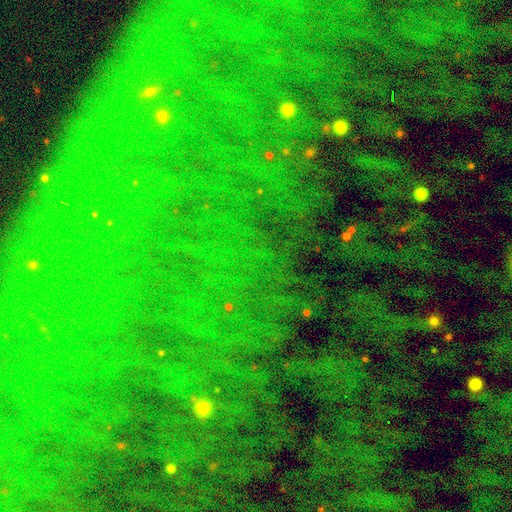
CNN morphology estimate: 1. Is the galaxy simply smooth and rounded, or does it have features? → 85% star or artifact, 7% smooth, 7% featured or disk.